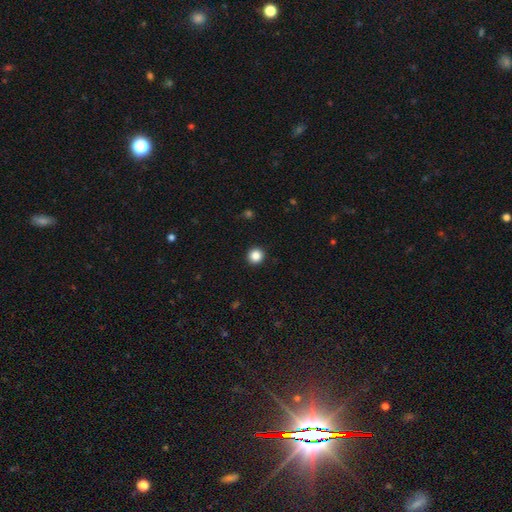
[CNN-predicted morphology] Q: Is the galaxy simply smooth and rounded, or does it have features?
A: smooth — 85%.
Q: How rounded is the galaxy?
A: round — 95%.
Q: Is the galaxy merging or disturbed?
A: none — 93%.